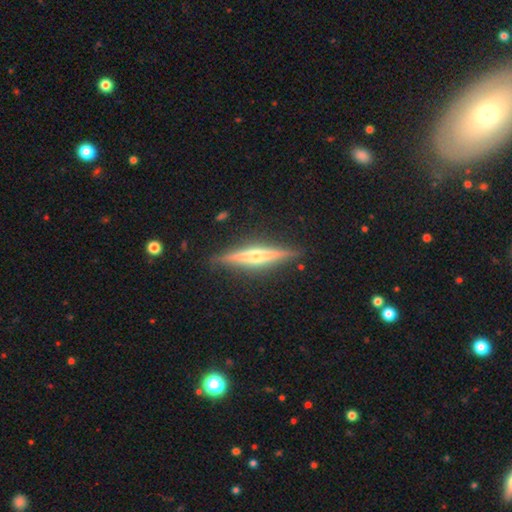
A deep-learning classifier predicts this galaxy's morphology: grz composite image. It shows a featured or disk galaxy (78%) viewed edge-on (98%) with a rounded central bulge (85%). Merging: none (90%).